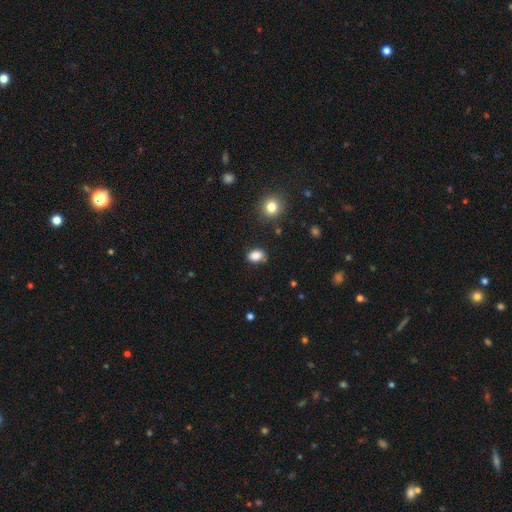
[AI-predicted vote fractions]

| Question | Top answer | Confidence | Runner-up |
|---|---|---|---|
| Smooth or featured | smooth | 86% | star or artifact (9%) |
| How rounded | in between | 79% | round (20%) |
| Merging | none | 79% | minor disturbance (15%) |